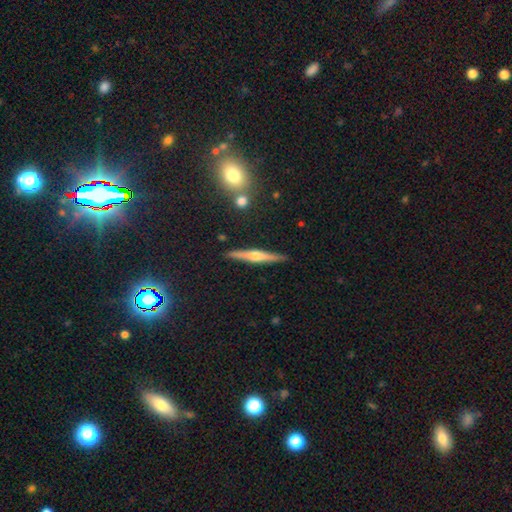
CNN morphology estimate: Q: Smooth or featured?
A: featured or disk (70%); runner-up: smooth (23%)
Q: Edge-on disk?
A: yes (97%); runner-up: no (3%)
Q: Edge-on bulge?
A: rounded (88%); runner-up: none (7%)
Q: Merging?
A: none (89%); runner-up: minor disturbance (7%)